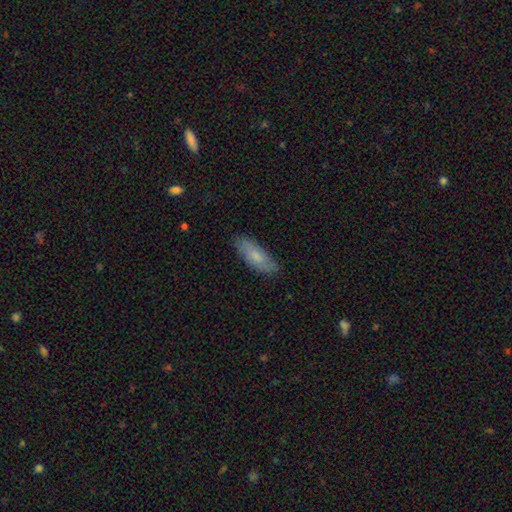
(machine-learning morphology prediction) Smooth or featured?
  - smooth: 75% *
  - featured or disk: 19%
  - star or artifact: 6%
How rounded?
  - in between: 67% *
  - cigar-shaped: 31%
  - round: 2%
Merging?
  - none: 83% *
  - minor disturbance: 13%
  - major disturbance: 2%
  - merger: 1%